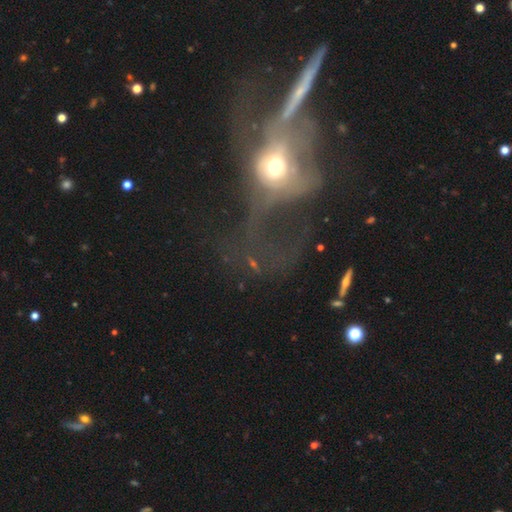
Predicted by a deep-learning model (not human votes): smooth-or-featured: featured or disk: 50% | star or artifact: 25% | smooth: 25%
  merging: major disturbance: 45% | none: 23% | merger: 21% | minor disturbance: 12%